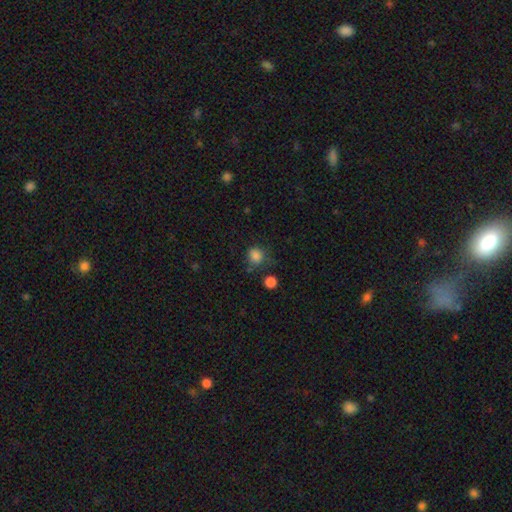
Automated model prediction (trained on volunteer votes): Overall: smooth (83%). How rounded: round (80%). Merging: none (66%).